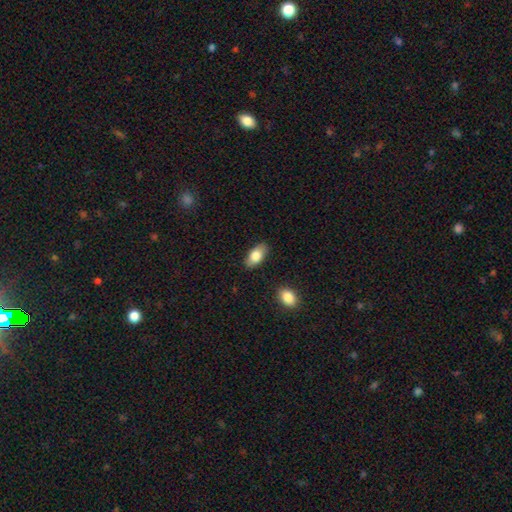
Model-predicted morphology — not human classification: smooth 81%, featured or disk 12%, star or artifact 6%. Down the decision tree: how rounded — in between (92%); merging — none (85%).